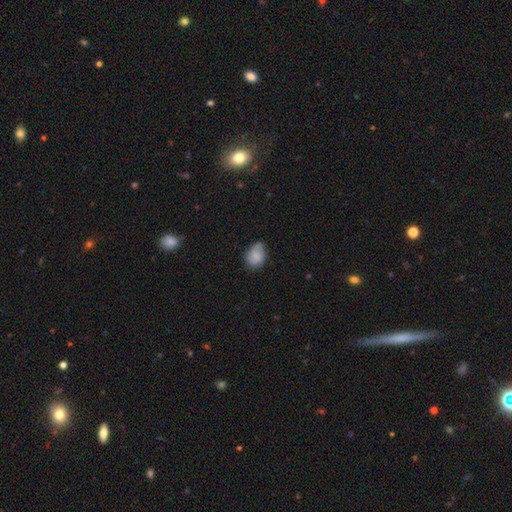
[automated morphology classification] Smooth or featured: smooth — 78% (featured or disk — 14%)
How rounded: in between — 59% (round — 40%)
Merging: none — 56% (minor disturbance — 35%)